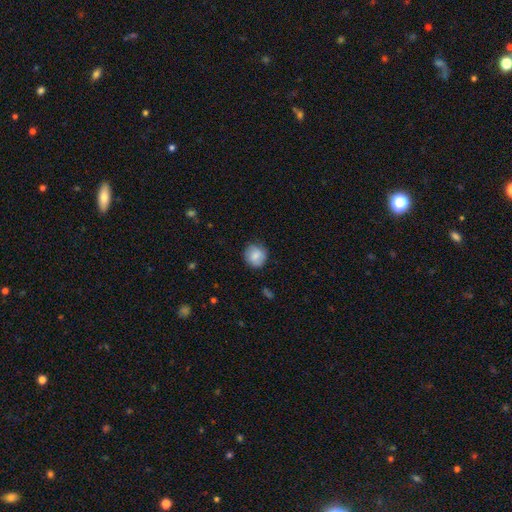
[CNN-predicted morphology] Smooth or featured: smooth — 81% (featured or disk — 11%)
How rounded: round — 88% (in between — 11%)
Merging: none — 81% (minor disturbance — 15%)